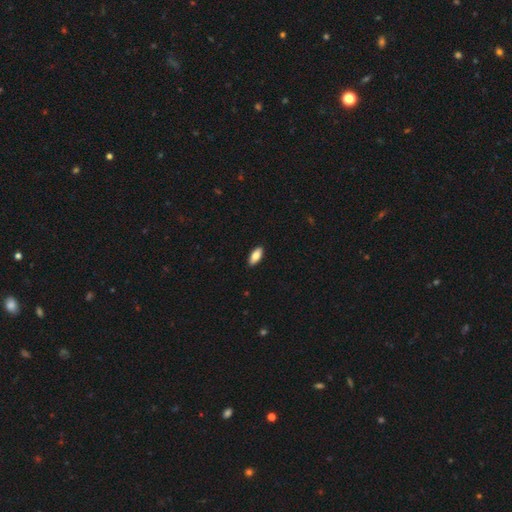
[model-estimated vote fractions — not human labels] smooth 83%, featured or disk 10%, star or artifact 6%. Down the decision tree: how rounded — in between (85%); merging — none (90%).